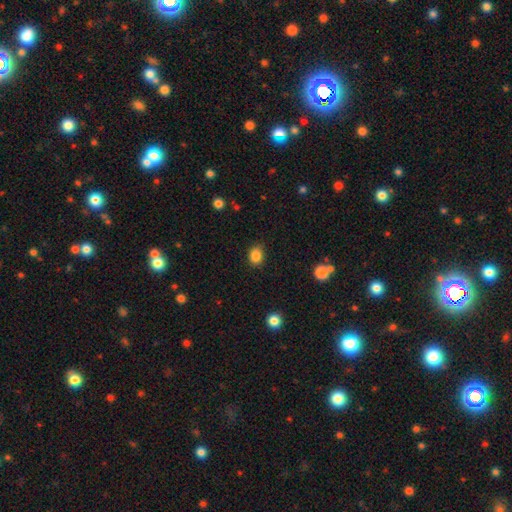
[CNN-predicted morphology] Smooth or featured: smooth — 86% (star or artifact — 10%)
How rounded: in between — 53% (round — 46%)
Merging: none — 85% (minor disturbance — 11%)